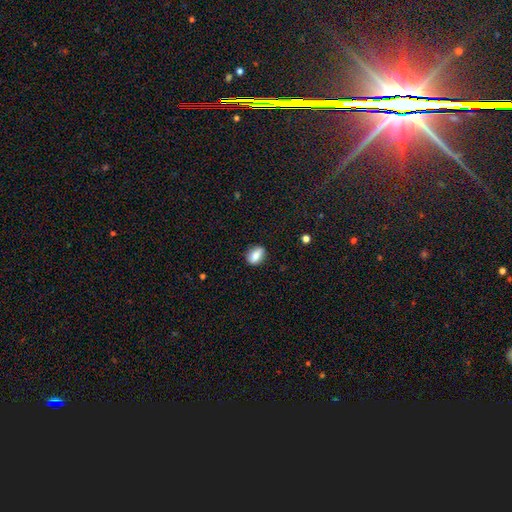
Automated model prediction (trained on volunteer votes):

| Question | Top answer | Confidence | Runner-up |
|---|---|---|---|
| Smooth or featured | smooth | 79% | featured or disk (13%) |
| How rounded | in between | 73% | round (24%) |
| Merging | none | 83% | minor disturbance (13%) |